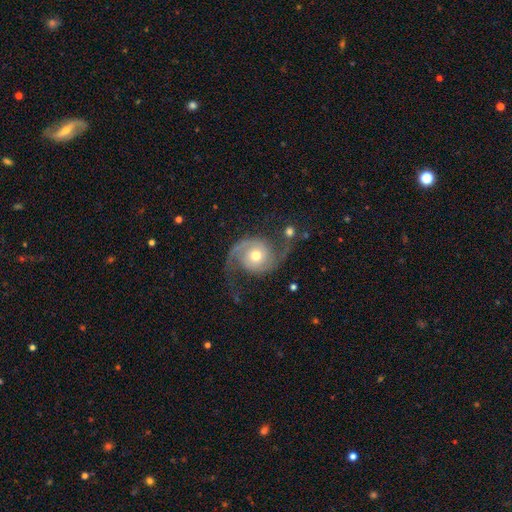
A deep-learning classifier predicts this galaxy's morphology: Overall: featured or disk (89%). Edge-on disk: no (98%). Bar: no (73%). Spiral arms: yes (98%). Spiral arm count: 2 (94%). Spiral winding: medium (45%; loose 41%). Bulge size: moderate (70%). Merging: none (69%).